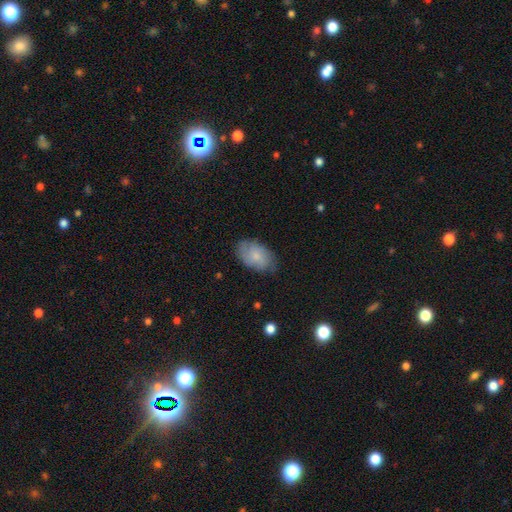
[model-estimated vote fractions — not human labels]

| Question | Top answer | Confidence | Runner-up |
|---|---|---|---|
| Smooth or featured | smooth | 57% | featured or disk (36%) |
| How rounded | in between | 90% | round (8%) |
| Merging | none | 74% | minor disturbance (20%) |